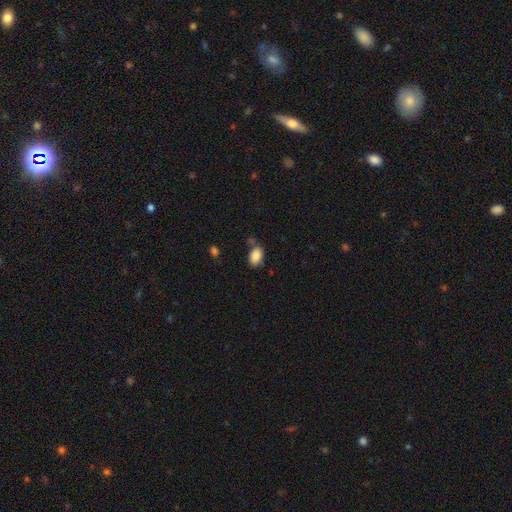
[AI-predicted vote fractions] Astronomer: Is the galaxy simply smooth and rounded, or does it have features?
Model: smooth — 87%.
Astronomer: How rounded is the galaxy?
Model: in between — 86%.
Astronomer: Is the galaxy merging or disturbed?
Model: none — 67%.